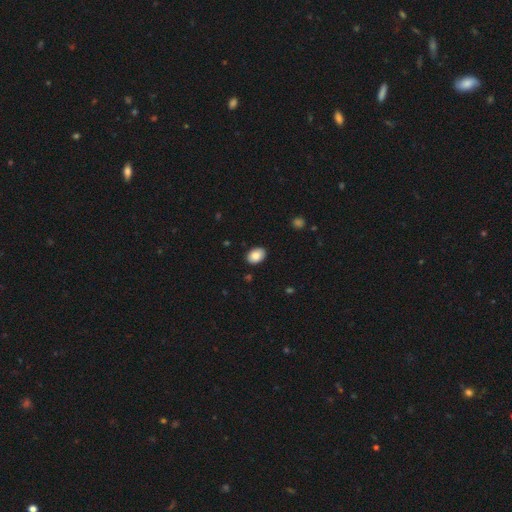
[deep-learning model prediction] smooth 87%, star or artifact 8%, featured or disk 5%. Down the decision tree: how rounded — in between (79%); merging — none (88%).